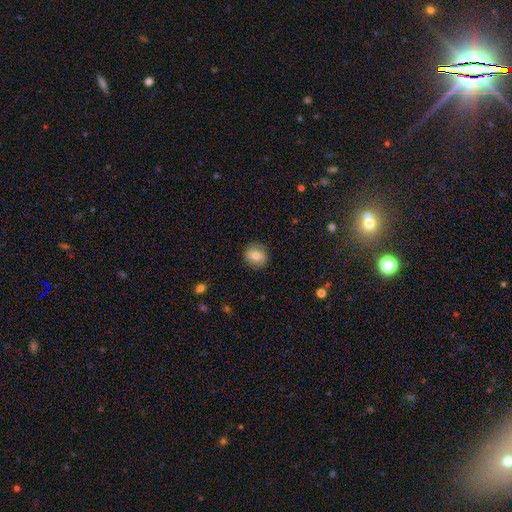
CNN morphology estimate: smooth 75%, featured or disk 16%, star or artifact 9%. Down the decision tree: how rounded — round (81%); merging — none (87%).